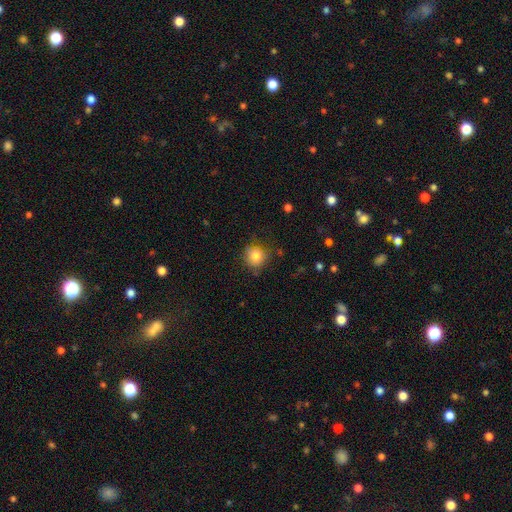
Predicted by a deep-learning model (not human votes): A smooth galaxy with no disk features (82%) that is round (88%). Merging: none (77%).